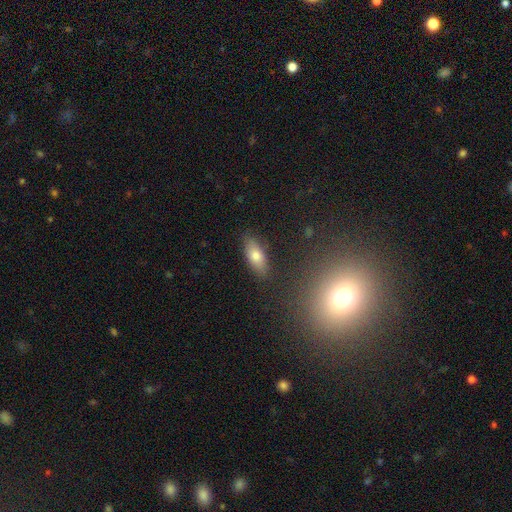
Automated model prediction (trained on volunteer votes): A smooth galaxy with no disk features (75%) that is in between round and cigar-shaped (77%). Merging: none (84%).